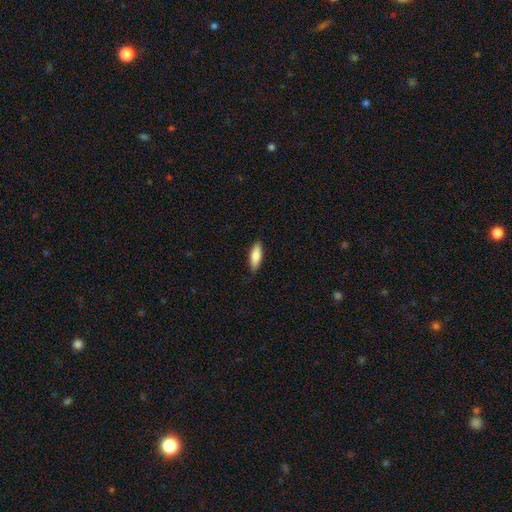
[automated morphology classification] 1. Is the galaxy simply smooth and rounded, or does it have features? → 83% smooth, 11% featured or disk, 6% star or artifact.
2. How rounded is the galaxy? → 58% in between, 40% cigar-shaped, 2% round.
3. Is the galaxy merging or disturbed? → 85% none, 12% minor disturbance, 2% major disturbance, 1% merger.